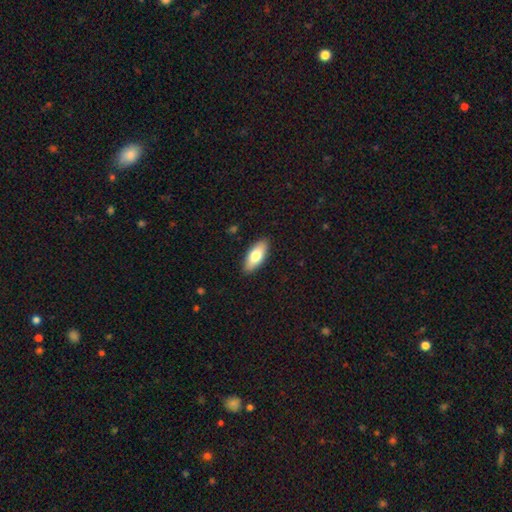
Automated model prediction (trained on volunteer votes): Q: Smooth or featured?
A: smooth (75%); runner-up: featured or disk (19%)
Q: How rounded?
A: in between (82%); runner-up: cigar-shaped (15%)
Q: Merging?
A: none (89%); runner-up: minor disturbance (8%)